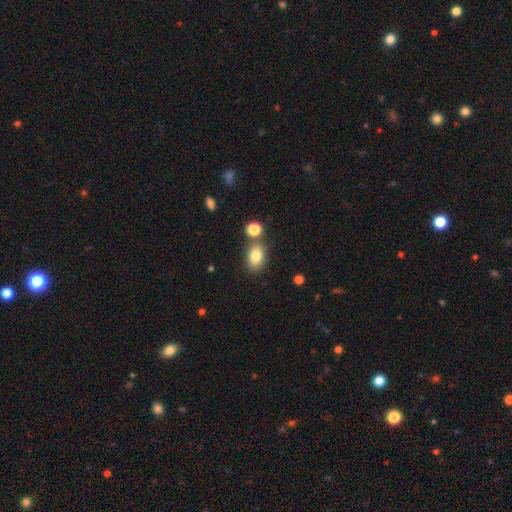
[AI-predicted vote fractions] Smooth or featured? Predicted: smooth (p=0.81). How rounded? Predicted: in between (p=0.78). Merging? Predicted: none (p=0.70).